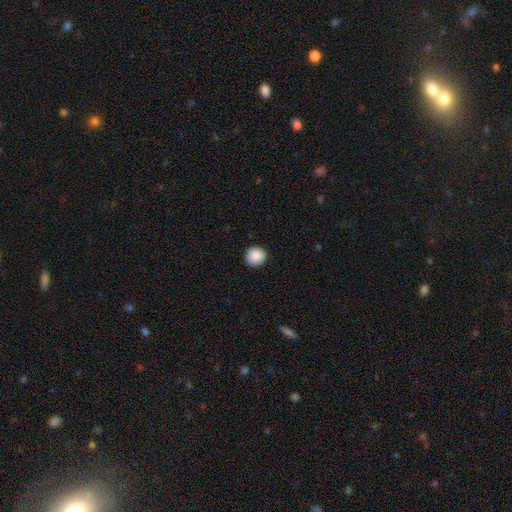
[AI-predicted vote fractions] A smooth galaxy with no disk features (89%) that is round (94%). Merging: none (91%).